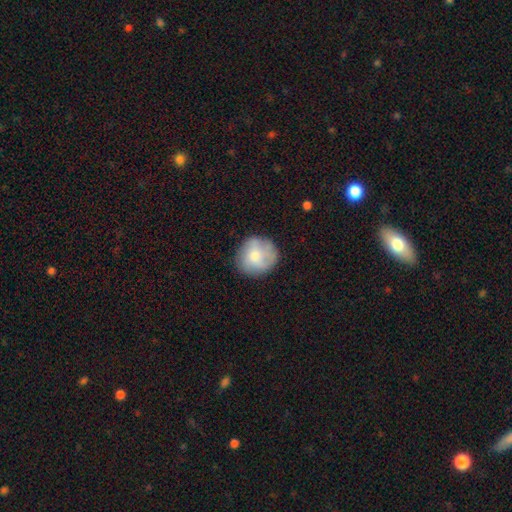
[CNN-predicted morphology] A smooth galaxy with no disk features (68%) that is round (88%).

Vote fractions:
- Smooth or featured? smooth: 68% / featured or disk: 25% / star or artifact: 8%
- How rounded? round: 88% / in between: 11% / cigar-shaped: 1%
- Merging? none: 78% / minor disturbance: 15% / major disturbance: 5% / merger: 1%